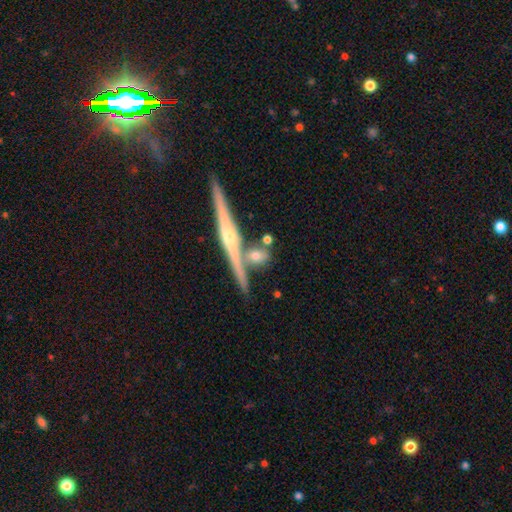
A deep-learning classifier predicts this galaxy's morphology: Q: Smooth or featured?
A: smooth (51%); runner-up: featured or disk (40%)
Q: How rounded?
A: cigar-shaped (36%); runner-up: in between (35%)
Q: Merging?
A: none (62%); runner-up: merger (20%)